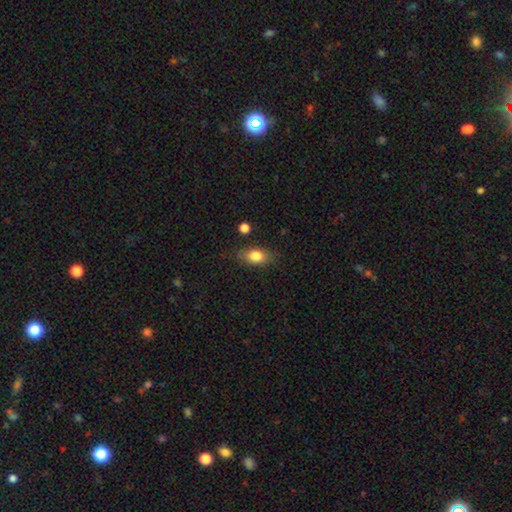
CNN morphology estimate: Smooth or featured? Predicted: smooth (p=0.80). How rounded? Predicted: in between (p=0.80). Merging? Predicted: none (p=0.80).